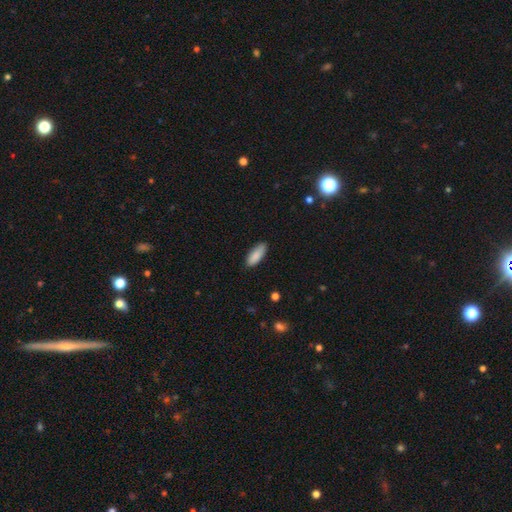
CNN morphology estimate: Smooth or featured?
  - smooth: 89% *
  - star or artifact: 6%
  - featured or disk: 5%
How rounded?
  - in between: 70% *
  - cigar-shaped: 28%
  - round: 2%
Merging?
  - none: 85% *
  - minor disturbance: 12%
  - major disturbance: 2%
  - merger: 1%